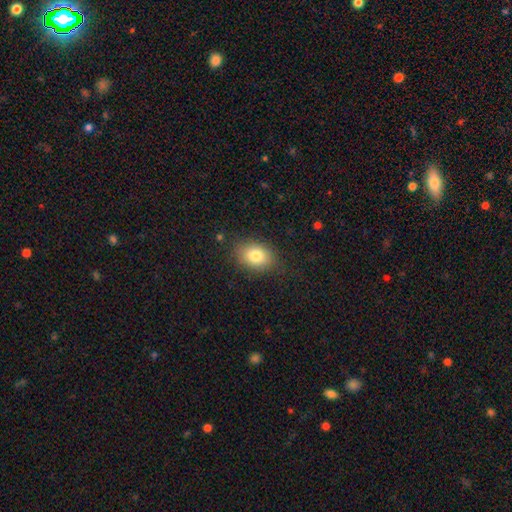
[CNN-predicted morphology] Overall: smooth (81%). How rounded: in between (72%). Merging: none (83%).